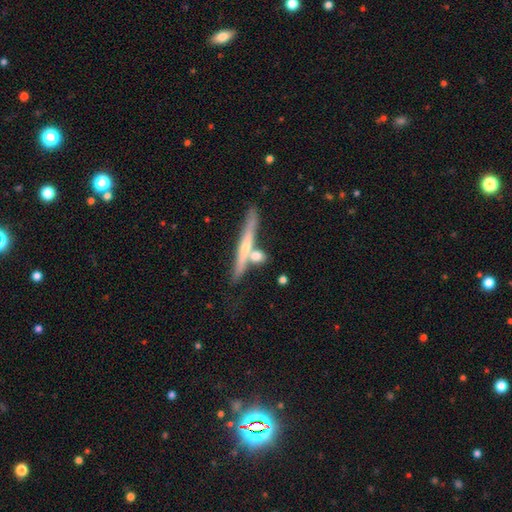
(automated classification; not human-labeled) Smooth or featured? Predicted: smooth (p=0.48). Merging? Predicted: none (p=0.58).